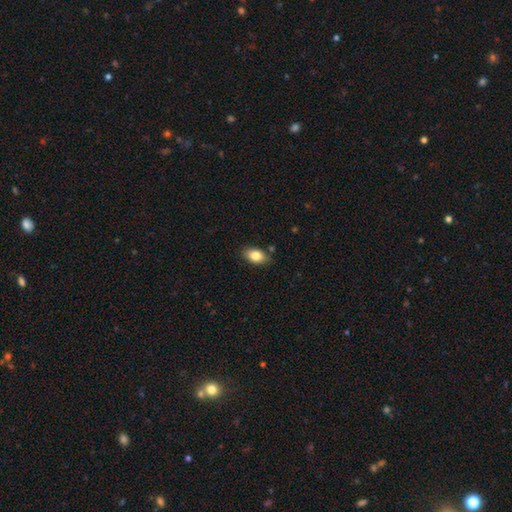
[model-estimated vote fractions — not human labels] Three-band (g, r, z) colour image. It shows a smooth galaxy with no disk features (83%) that is in between round and cigar-shaped (89%). Merging: none (83%).